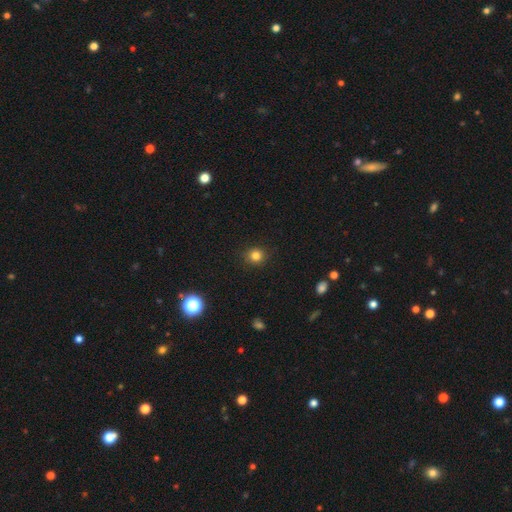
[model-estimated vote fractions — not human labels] smooth 82%, star or artifact 13%, featured or disk 5%. Down the decision tree: how rounded — round (91%); merging — none (91%).